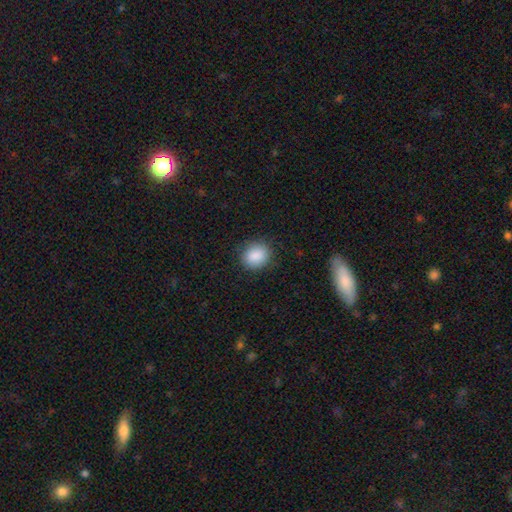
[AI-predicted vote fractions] The model was most divided on "how rounded": round: 72%, in between: 27%, cigar-shaped: 1%. More confident: smooth or featured — smooth (88%); merging — none (87%).